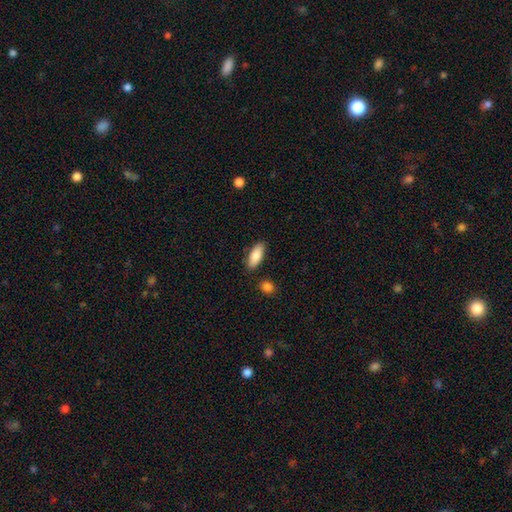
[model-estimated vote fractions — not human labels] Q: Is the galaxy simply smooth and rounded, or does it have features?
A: smooth — 86%.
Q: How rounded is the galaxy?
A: in between — 80%.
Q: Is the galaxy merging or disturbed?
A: none — 84%.